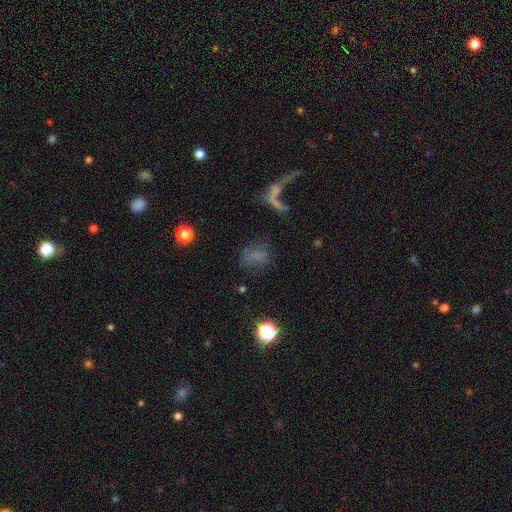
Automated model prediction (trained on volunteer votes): Morphology: type=smooth (59%); roundness=in between (58%); merging=none (51%).